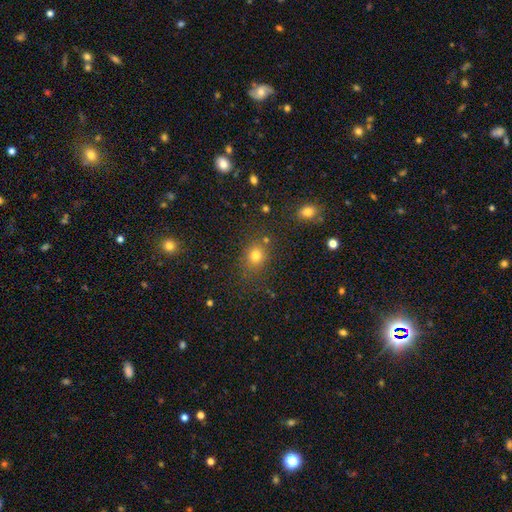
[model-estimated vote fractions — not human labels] Overall: smooth (76%). How rounded: round (69%; in between 30%). Merging: none (74%).